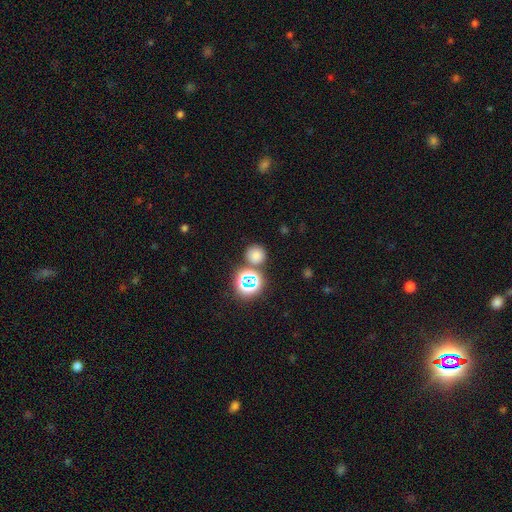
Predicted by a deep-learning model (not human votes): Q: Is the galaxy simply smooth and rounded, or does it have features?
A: smooth — 71%.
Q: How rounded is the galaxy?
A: round — 92%.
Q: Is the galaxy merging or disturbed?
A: none — 77%.